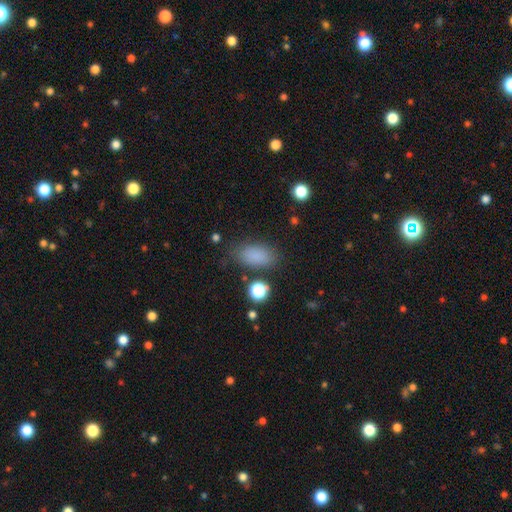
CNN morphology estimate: Smooth or featured?
  - smooth: 84% *
  - star or artifact: 11%
  - featured or disk: 5%
How rounded?
  - in between: 88% *
  - round: 8%
  - cigar-shaped: 3%
Merging?
  - none: 78% *
  - minor disturbance: 14%
  - major disturbance: 5%
  - merger: 3%